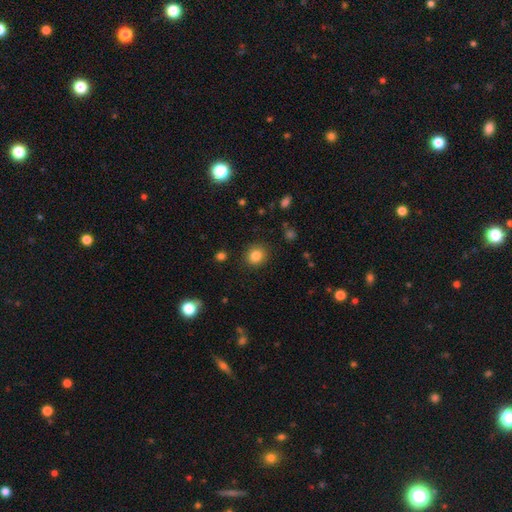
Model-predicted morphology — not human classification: smooth_or_featured: smooth (p=0.83) [alt: star or artifact p=0.11]
how_rounded: round (p=0.85) [alt: in between p=0.14]
merging: none (p=0.90) [alt: minor disturbance p=0.07]